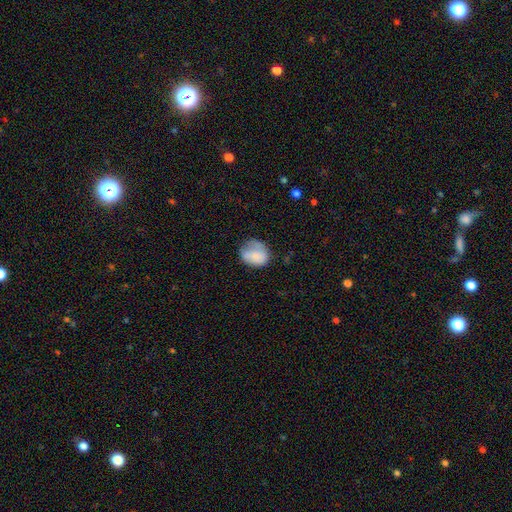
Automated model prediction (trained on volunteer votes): Overall: smooth (73%). How rounded: round (62%; in between 37%). Merging: none (47%; minor disturbance 32%).